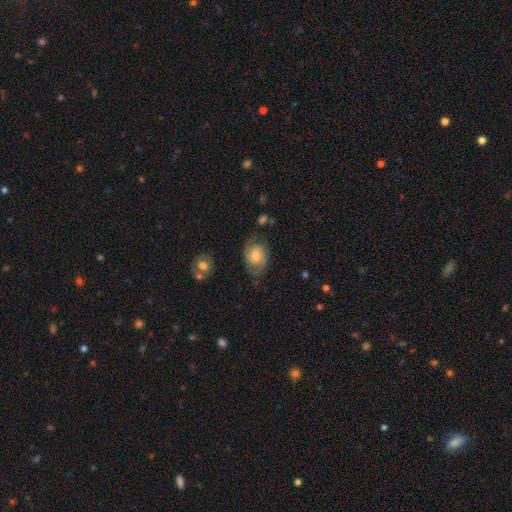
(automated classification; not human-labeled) This is likely a featured or disk galaxy (62%). It is clearly not viewed edge-on (97%). Bar: likely no (63%). Spiral arm pattern: clearly yes (89%). Spiral arm count: likely 2 (78%). Spiral winding: possibly medium (45%). Central bulge: possibly moderate (57%). Merging: likely none (67%).